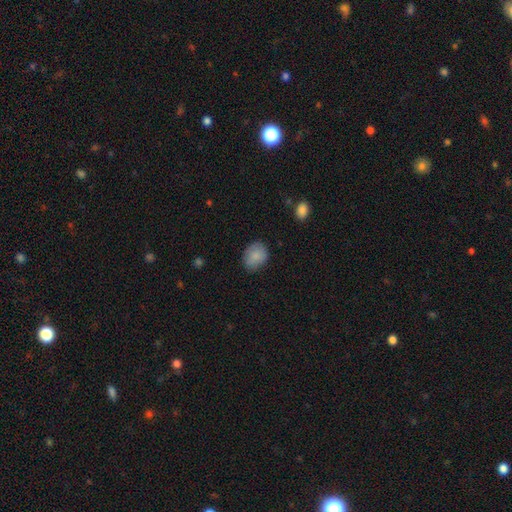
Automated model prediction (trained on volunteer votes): A smooth galaxy with no disk features (86%) that is in between round and cigar-shaped (55%). Merging: none (74%).